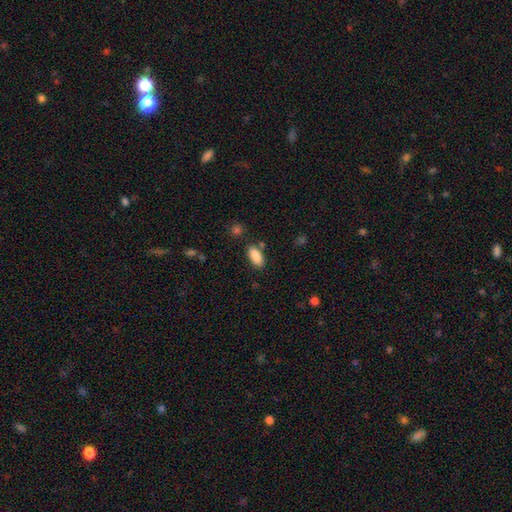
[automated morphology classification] This is clearly a smooth galaxy (88%). How rounded: clearly in between (88%). Merging: likely none (79%).